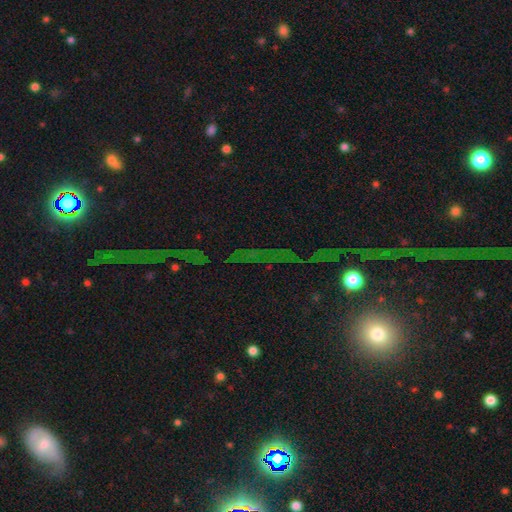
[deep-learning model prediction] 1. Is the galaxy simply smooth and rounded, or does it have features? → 69% star or artifact, 16% smooth, 15% featured or disk.